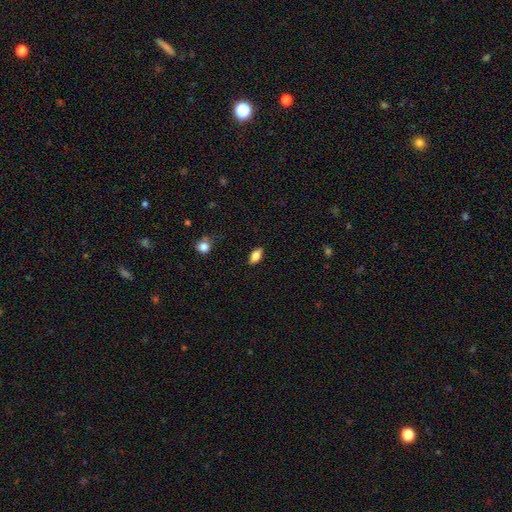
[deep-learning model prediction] smooth_or_featured: smooth (p=0.81) [alt: featured or disk p=0.12]
how_rounded: in between (p=0.89) [alt: cigar-shaped p=0.06]
merging: none (p=0.86) [alt: minor disturbance p=0.11]